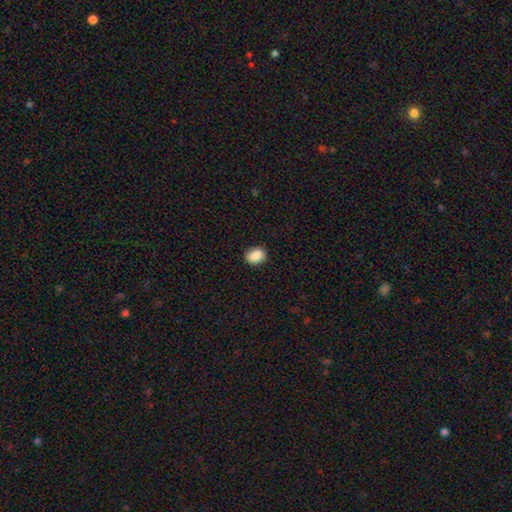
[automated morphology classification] A smooth galaxy with no disk features (90%) that is in between round and cigar-shaped (66%).

Vote fractions:
- Smooth or featured? smooth: 90% / star or artifact: 8% / featured or disk: 3%
- How rounded? in between: 66% / round: 33% / cigar-shaped: 1%
- Merging? none: 89% / minor disturbance: 8% / major disturbance: 2% / merger: 1%